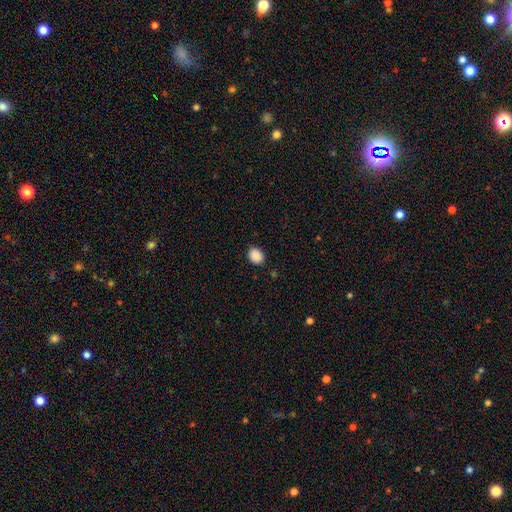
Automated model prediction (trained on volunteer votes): Q: Smooth or featured?
A: smooth (89%); runner-up: star or artifact (9%)
Q: How rounded?
A: in between (50%); runner-up: round (49%)
Q: Merging?
A: none (88%); runner-up: minor disturbance (9%)